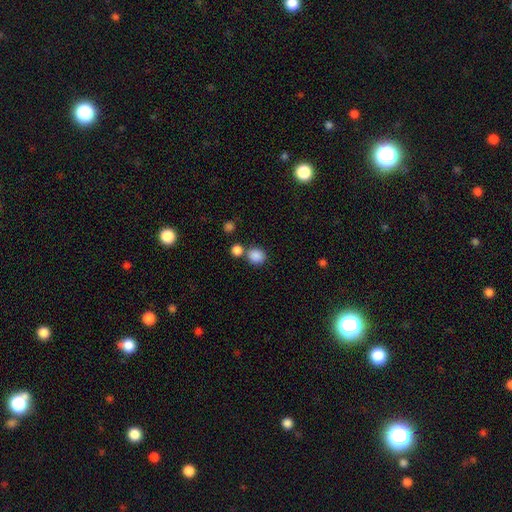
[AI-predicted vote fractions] Smooth or featured?
  - smooth: 86% *
  - star or artifact: 10%
  - featured or disk: 4%
How rounded?
  - round: 84% *
  - in between: 15%
  - cigar-shaped: 1%
Merging?
  - none: 66% *
  - merger: 22%
  - minor disturbance: 9%
  - major disturbance: 3%